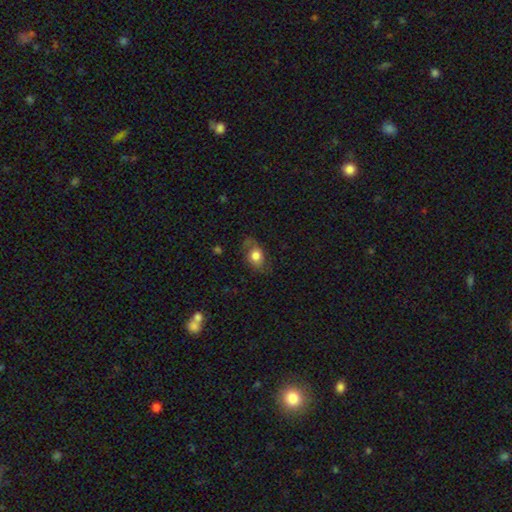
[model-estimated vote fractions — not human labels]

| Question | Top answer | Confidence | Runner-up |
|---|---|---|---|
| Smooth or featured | smooth | 68% | featured or disk (24%) |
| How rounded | in between | 69% | round (28%) |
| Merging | none | 65% | minor disturbance (23%) |